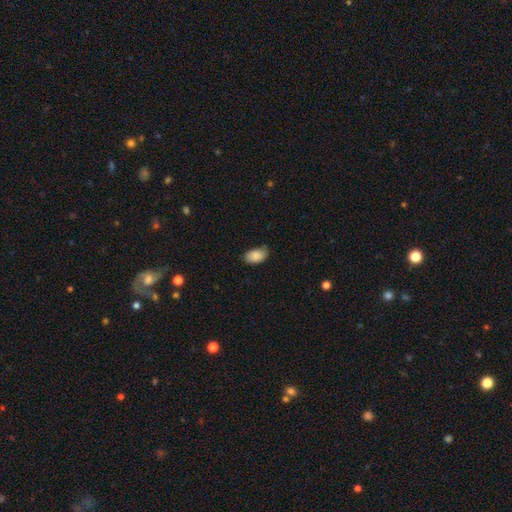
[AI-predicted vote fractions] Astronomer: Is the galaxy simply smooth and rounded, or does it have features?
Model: smooth — 86%.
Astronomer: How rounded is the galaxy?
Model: in between — 92%.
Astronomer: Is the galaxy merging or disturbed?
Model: none — 65%.